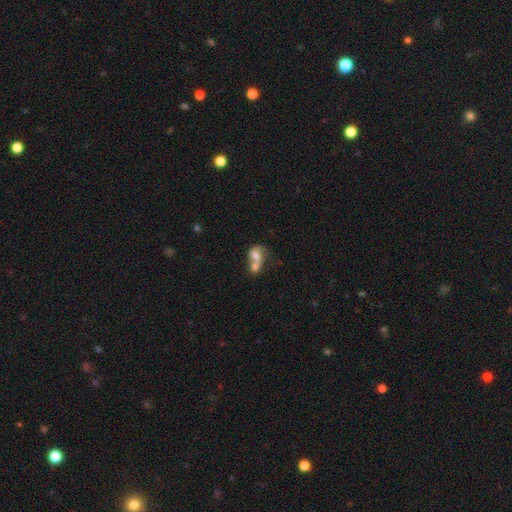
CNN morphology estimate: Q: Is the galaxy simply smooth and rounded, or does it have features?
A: smooth — 51%.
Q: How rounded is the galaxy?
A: in between — 57%.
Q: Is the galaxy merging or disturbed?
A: merger — 75%.